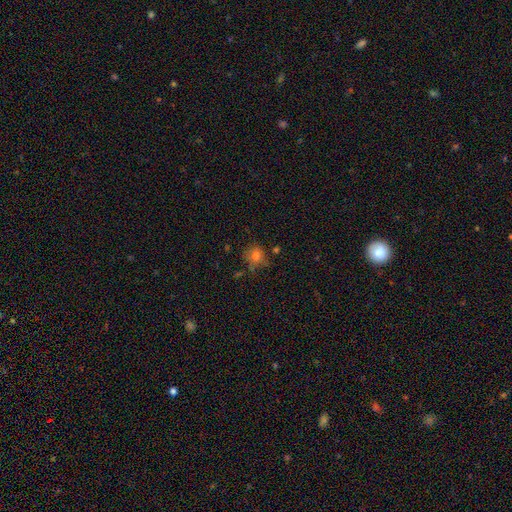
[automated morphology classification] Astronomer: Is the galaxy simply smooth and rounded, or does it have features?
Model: smooth — 75%.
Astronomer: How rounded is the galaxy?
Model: round — 81%.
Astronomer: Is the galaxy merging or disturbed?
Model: none — 68%.